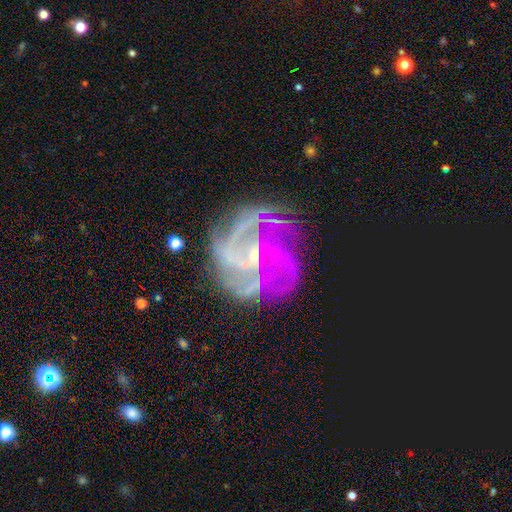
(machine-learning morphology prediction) Smooth or featured?
  - featured or disk: 84% *
  - star or artifact: 10%
  - smooth: 6%
Edge-on disk?
  - no: 98% *
  - yes: 2%
Bar?
  - weak: 43% *
  - no: 40%
  - strong: 17%
Spiral arms?
  - yes: 92% *
  - no: 8%
Spiral winding?
  - medium: 46% *
  - tight: 31%
  - loose: 23%
Spiral arm count?
  - 3: 27% *
  - 4: 26%
  - can't tell: 19%
  - 2: 12%
  - more than 4: 8%
  - 1: 7%
Bulge size?
  - small: 68% *
  - none: 18%
  - moderate: 12%
  - large: 1%
  - dominant: 1%
Merging?
  - none: 54% *
  - major disturbance: 23%
  - minor disturbance: 18%
  - merger: 4%